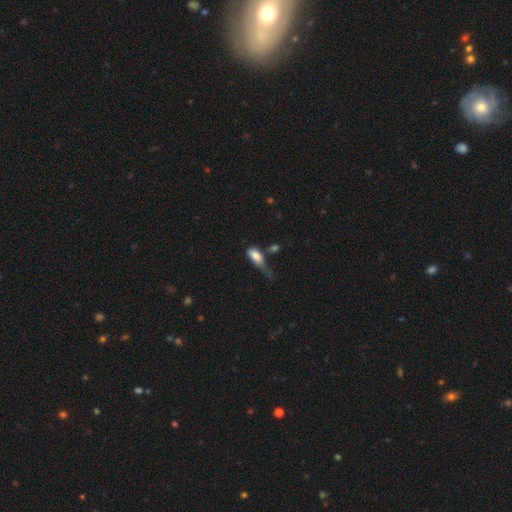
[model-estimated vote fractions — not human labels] Smooth or featured? Predicted: smooth (p=0.80). How rounded? Predicted: in between (p=0.86). Merging? Predicted: minor disturbance (p=0.32).